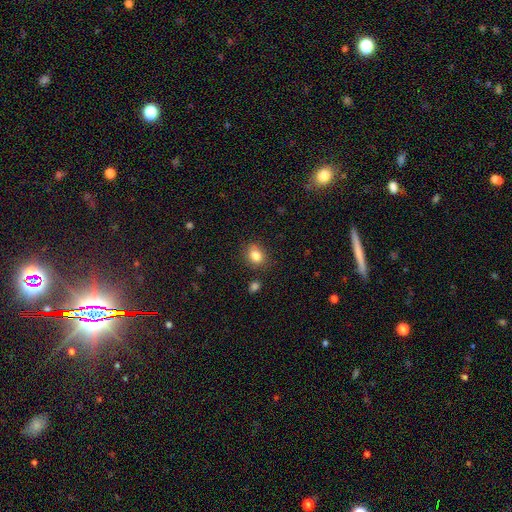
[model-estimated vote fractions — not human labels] This is clearly a smooth galaxy (83%). How rounded: possibly in between (53%). Merging: likely none (79%).